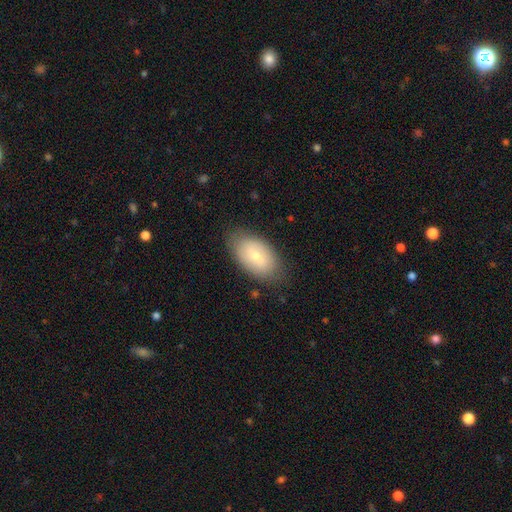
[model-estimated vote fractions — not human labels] Smooth or featured? Predicted: smooth (p=0.65). How rounded? Predicted: in between (p=0.93). Merging? Predicted: none (p=0.81).